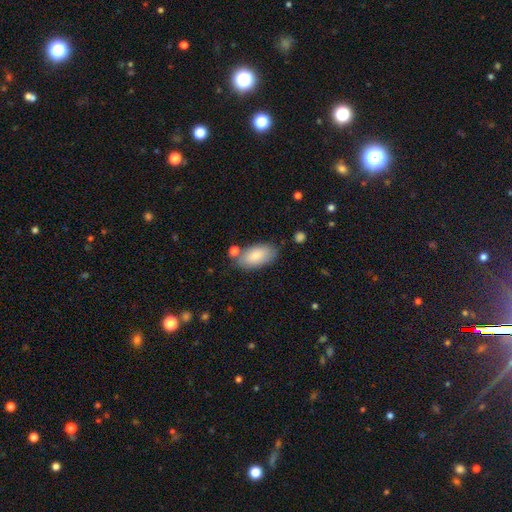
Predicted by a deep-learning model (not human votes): This appears to be a smooth galaxy with no disk features (83%) that is in between round and cigar-shaped (93%). Merging: none (72%).